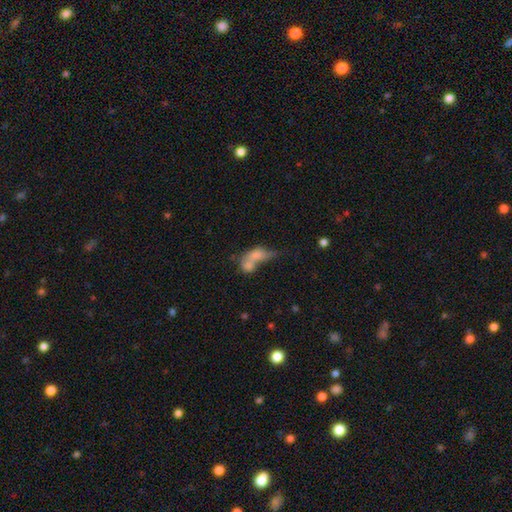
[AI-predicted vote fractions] Smooth or featured?
  - smooth: 64% *
  - featured or disk: 25%
  - star or artifact: 10%
How rounded?
  - in between: 74% *
  - round: 17%
  - cigar-shaped: 9%
Merging?
  - merger: 64% *
  - major disturbance: 14%
  - none: 14%
  - minor disturbance: 8%